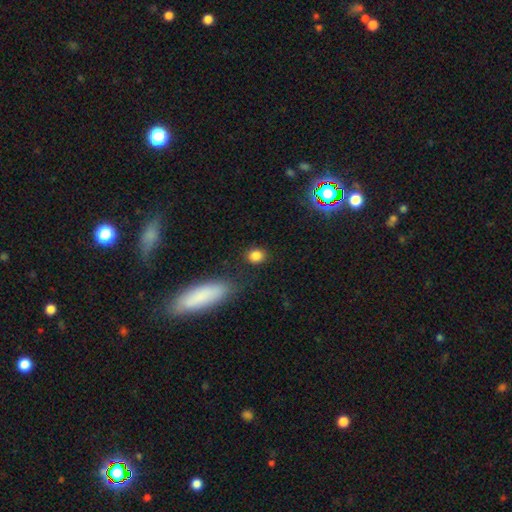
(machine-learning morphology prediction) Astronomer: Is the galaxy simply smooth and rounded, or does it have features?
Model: smooth — 84%.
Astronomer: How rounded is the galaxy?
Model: round — 67%.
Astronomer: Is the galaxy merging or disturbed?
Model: none — 85%.